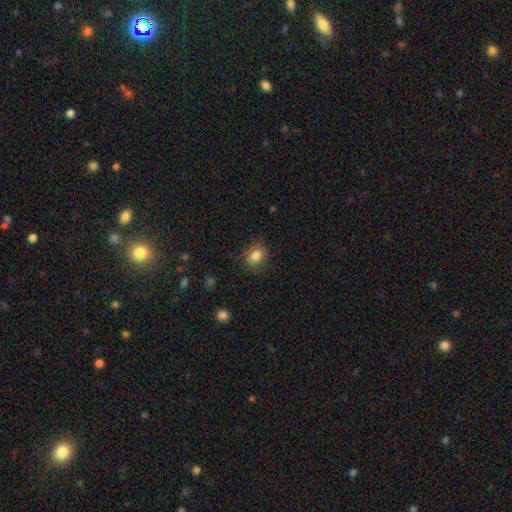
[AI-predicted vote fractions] smooth-or-featured: smooth: 82% | star or artifact: 10% | featured or disk: 9%
  how-rounded: in between: 53% | round: 45% | cigar-shaped: 1%
  merging: none: 80% | minor disturbance: 14% | major disturbance: 4% | merger: 1%